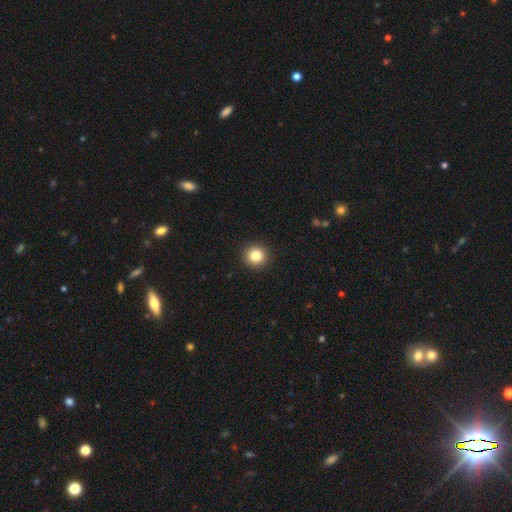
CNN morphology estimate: This is clearly a smooth galaxy (84%). How rounded: clearly round (94%). Merging: clearly none (93%).